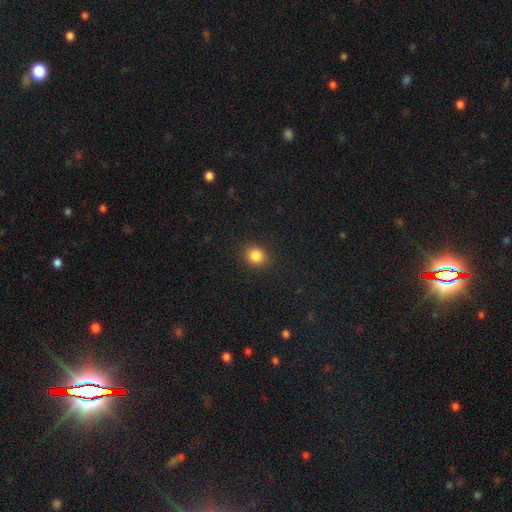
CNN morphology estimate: The model was most divided on "how rounded": round: 69%, in between: 31%, cigar-shaped: 1%. More confident: merging — none (88%); smooth or featured — smooth (85%).